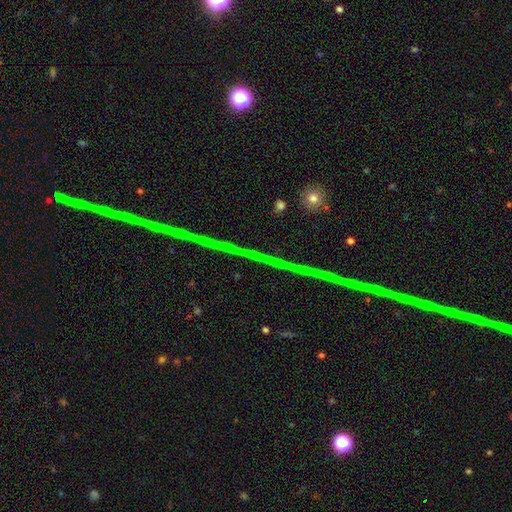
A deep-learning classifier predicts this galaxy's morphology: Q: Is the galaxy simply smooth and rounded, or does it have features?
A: star or artifact — 76%.